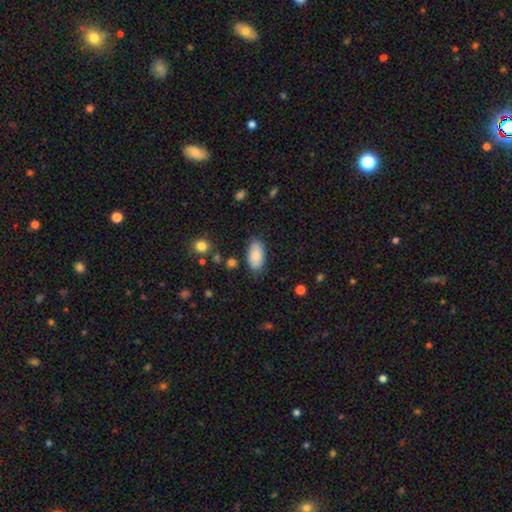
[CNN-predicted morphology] Smooth or featured? Predicted: smooth (p=0.86). How rounded? Predicted: in between (p=0.93). Merging? Predicted: none (p=0.80).